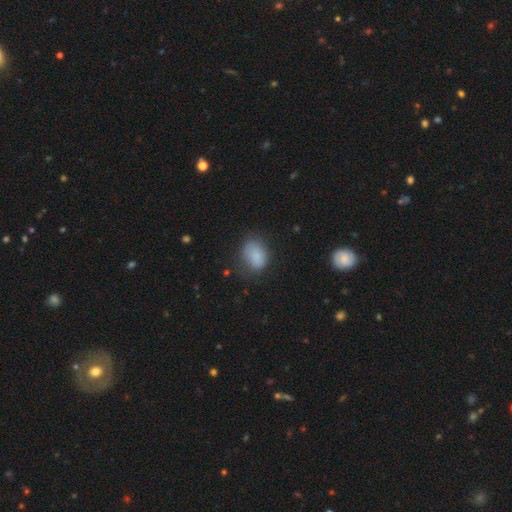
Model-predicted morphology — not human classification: A smooth galaxy with no disk features (83%) that is in between round and cigar-shaped (73%). Merging: none (58%).